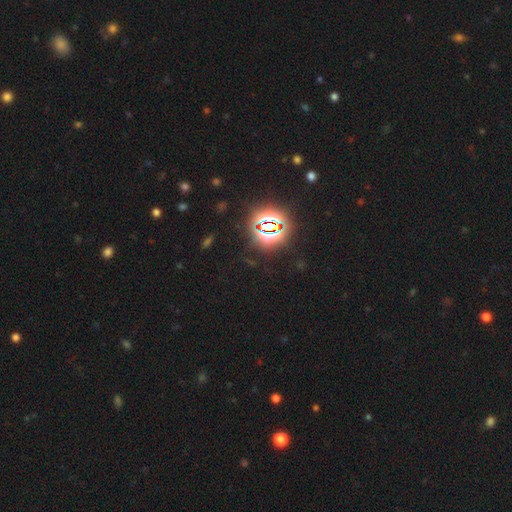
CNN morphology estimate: type=star or artifact (84%).